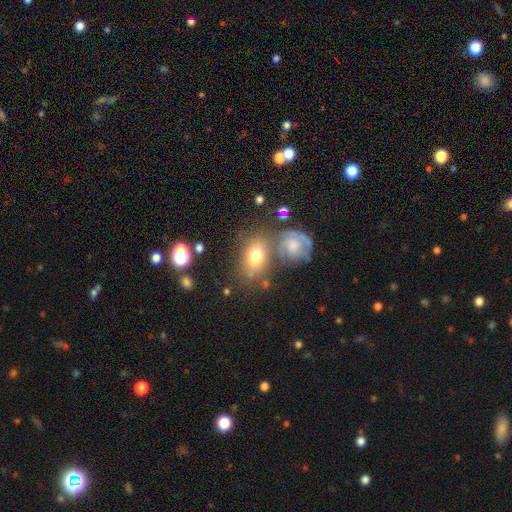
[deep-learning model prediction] Smooth or featured? smooth (65%)
How rounded? in between (71%)
Merging? none (50%)